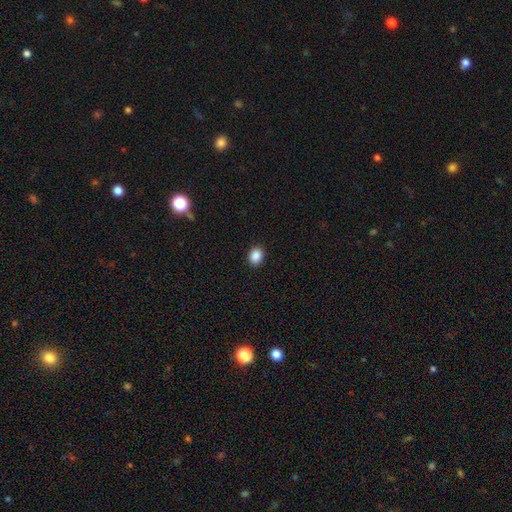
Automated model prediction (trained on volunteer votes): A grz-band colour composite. It shows a smooth galaxy with no disk features (88%) that is in between round and cigar-shaped (50%). Merging: none (91%).